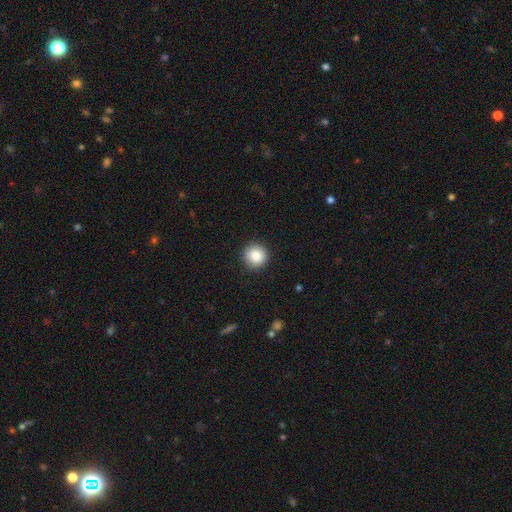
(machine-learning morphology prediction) This is clearly a smooth galaxy (87%). How rounded: clearly round (94%). Merging: clearly none (91%).